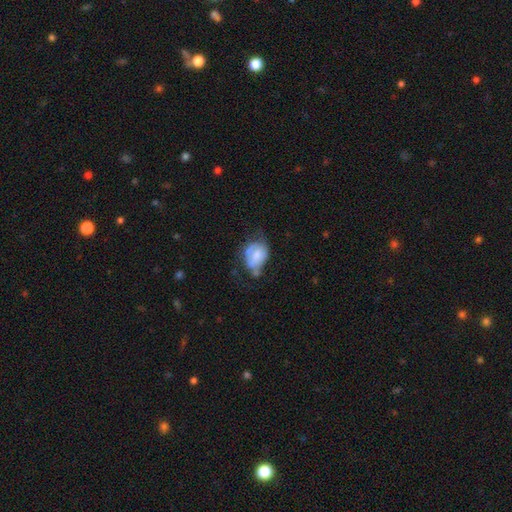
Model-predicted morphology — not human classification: Smooth or featured? Predicted: smooth (p=0.55). How rounded? Predicted: in between (p=0.66). Merging? Predicted: minor disturbance (p=0.35).